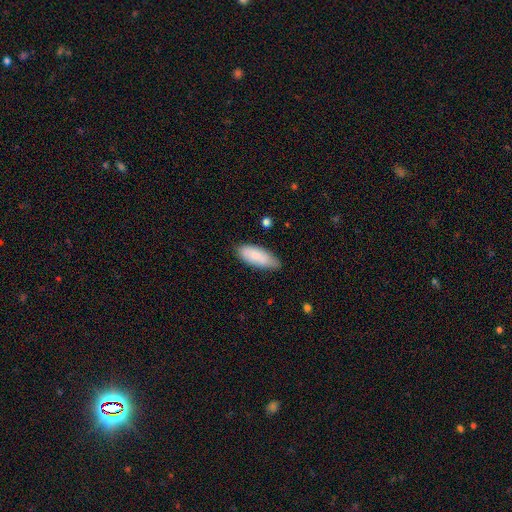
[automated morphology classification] This is clearly a smooth galaxy (82%). How rounded: likely in between (78%). Merging: likely none (73%).